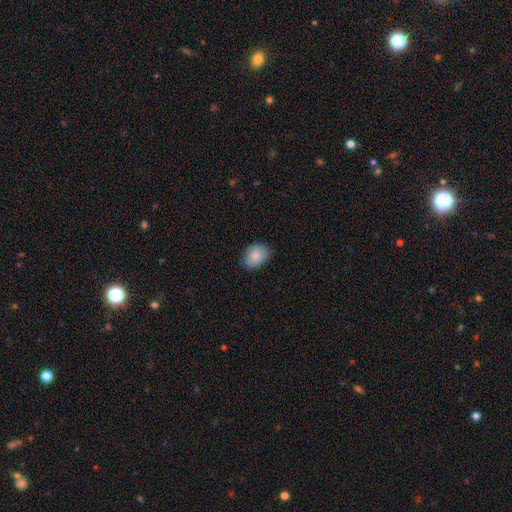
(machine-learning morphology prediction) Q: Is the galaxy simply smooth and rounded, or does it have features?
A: smooth — 86%.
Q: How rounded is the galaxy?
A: in between — 64%.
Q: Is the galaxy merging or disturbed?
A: none — 80%.